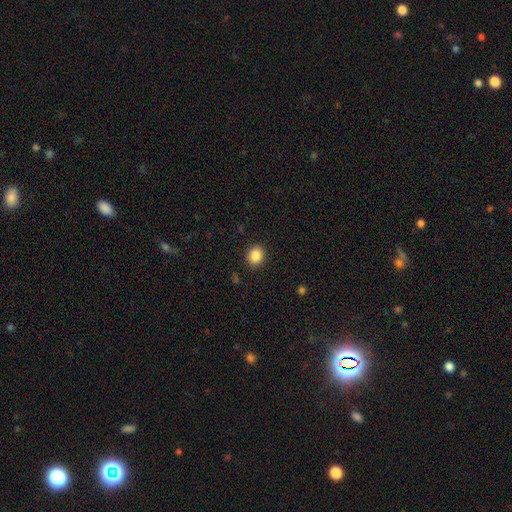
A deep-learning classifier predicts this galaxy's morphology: Q: Smooth or featured?
A: smooth (87%); runner-up: star or artifact (10%)
Q: How rounded?
A: round (72%); runner-up: in between (27%)
Q: Merging?
A: none (90%); runner-up: minor disturbance (6%)